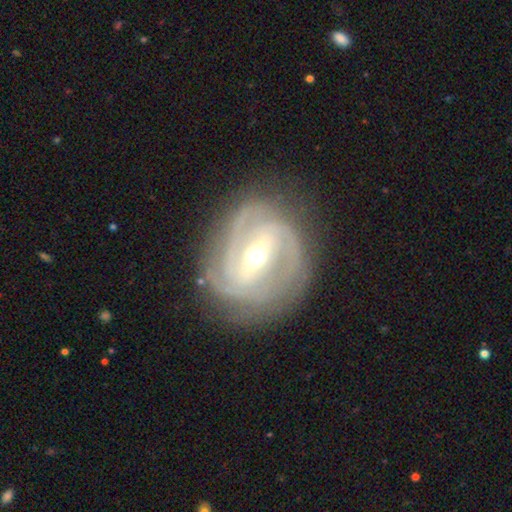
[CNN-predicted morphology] type=featured or disk (90%); edge-on=no (96%); bar=strong (54%); spiral arms=yes (97%); winding=tight (63%); arm count=3 (34%); bulge=moderate (61%); merging=none (79%).